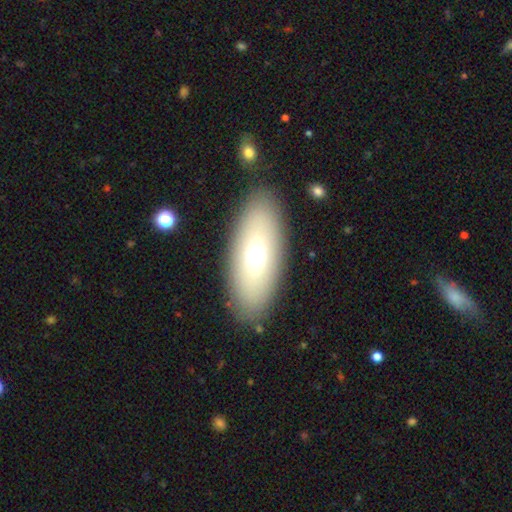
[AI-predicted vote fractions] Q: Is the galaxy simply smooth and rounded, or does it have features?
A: smooth — 63%.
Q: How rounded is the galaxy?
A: in between — 83%.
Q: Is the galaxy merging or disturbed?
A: none — 85%.